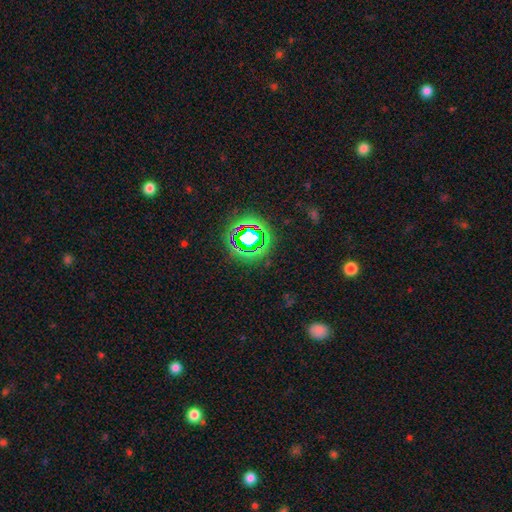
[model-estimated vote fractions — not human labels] This appears to be a star or artifact, not a galaxy (71%).